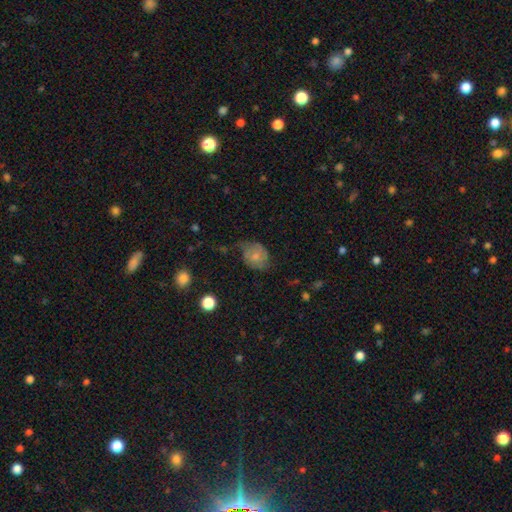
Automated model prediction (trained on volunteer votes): Overall: smooth (60%; featured or disk 31%). How rounded: in between (56%; round 43%). Merging: none (38%; minor disturbance 37%).